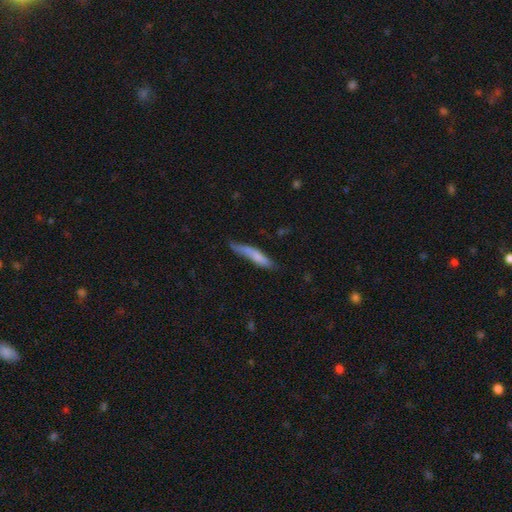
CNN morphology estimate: Smooth or featured? smooth (68%)
How rounded? cigar-shaped (88%)
Merging? none (58%)